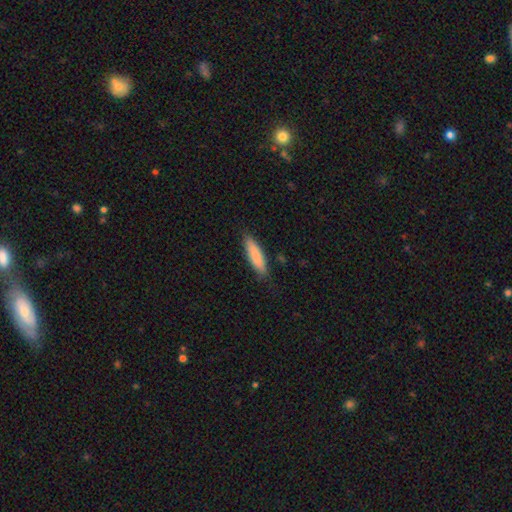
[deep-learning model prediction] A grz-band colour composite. It shows a smooth galaxy with no disk features (86%) that is cigar-shaped (70%). Merging: none (83%).